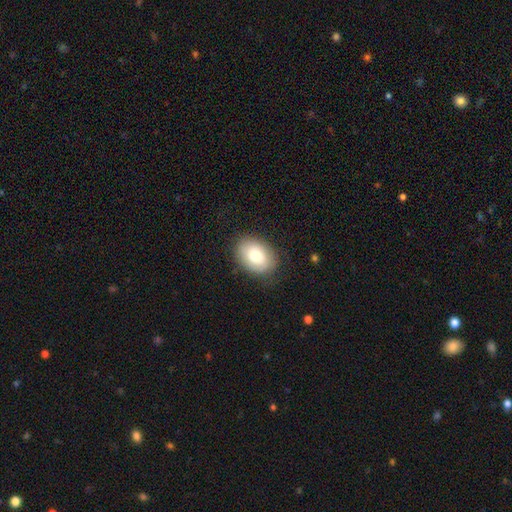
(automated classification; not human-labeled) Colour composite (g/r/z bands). It shows a smooth galaxy with no disk features (76%) that is in between round and cigar-shaped (77%). Merging: none (83%).